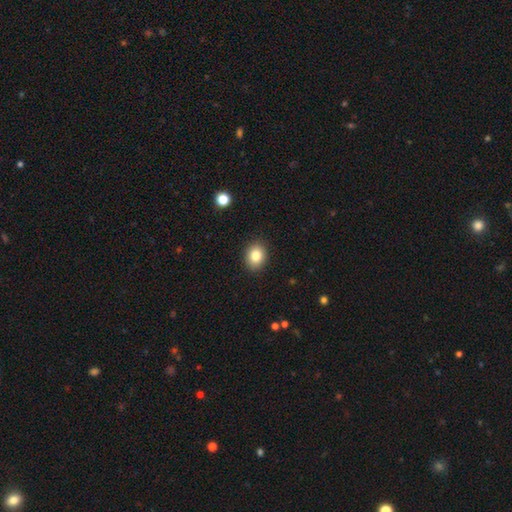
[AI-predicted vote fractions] This appears to be a smooth galaxy with no disk features (84%) that is in between round and cigar-shaped (51%). Merging: none (89%).